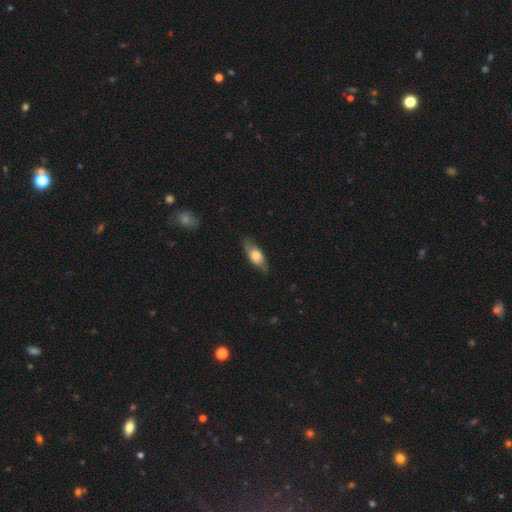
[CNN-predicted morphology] smooth-or-featured: smooth: 62% | featured or disk: 31% | star or artifact: 6%
  how-rounded: in between: 76% | cigar-shaped: 19% | round: 5%
  merging: none: 76% | minor disturbance: 18% | major disturbance: 4% | merger: 1%